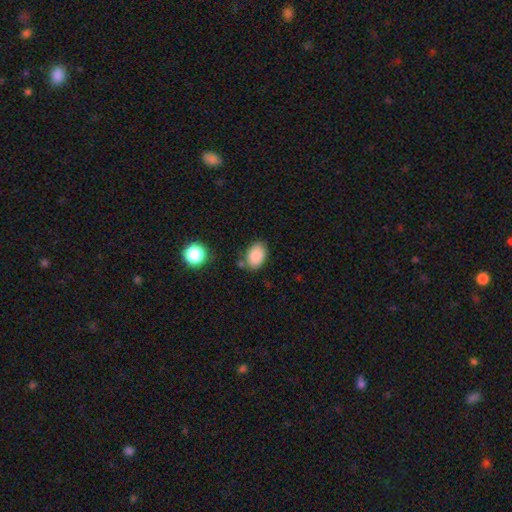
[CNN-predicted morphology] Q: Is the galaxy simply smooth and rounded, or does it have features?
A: smooth — 88%.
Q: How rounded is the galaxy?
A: in between — 83%.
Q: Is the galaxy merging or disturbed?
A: none — 74%.